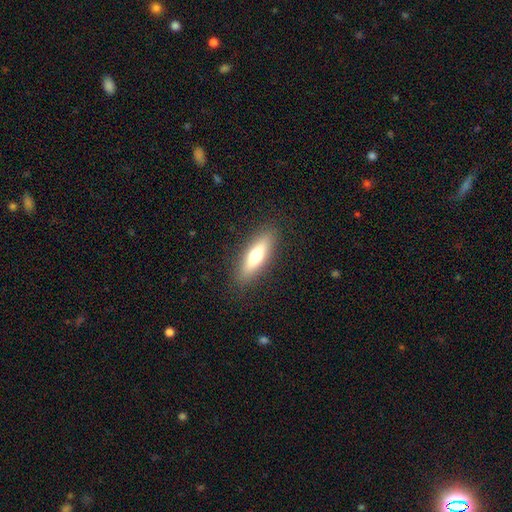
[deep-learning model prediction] Overall: smooth (64%; featured or disk 29%). How rounded: cigar-shaped (60%; in between 38%). Merging: none (88%).